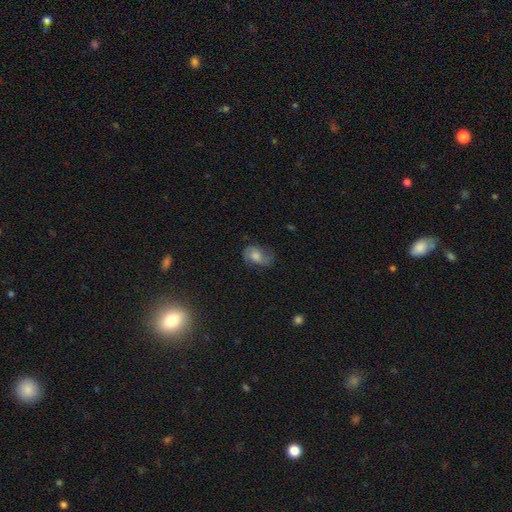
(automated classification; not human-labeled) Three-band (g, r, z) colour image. It shows a smooth galaxy with no disk features (49%). Merging: none (60%).